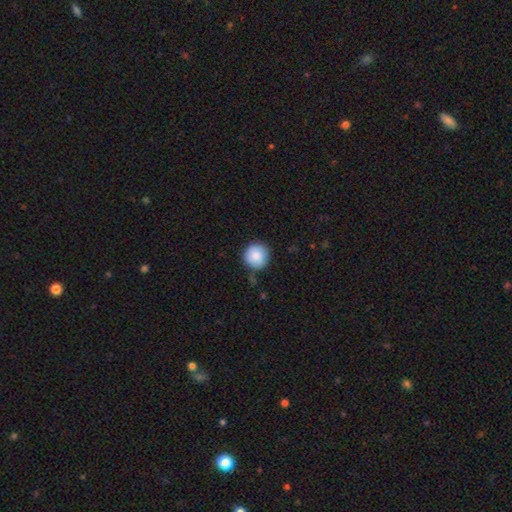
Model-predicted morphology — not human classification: This appears to be a smooth galaxy with no disk features (86%) that is round (94%). Merging: none (83%).